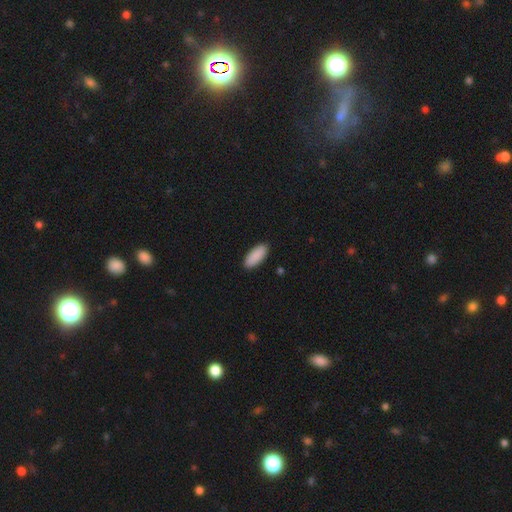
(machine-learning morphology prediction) This is clearly a smooth galaxy (91%). How rounded: clearly in between (82%). Merging: clearly none (90%).